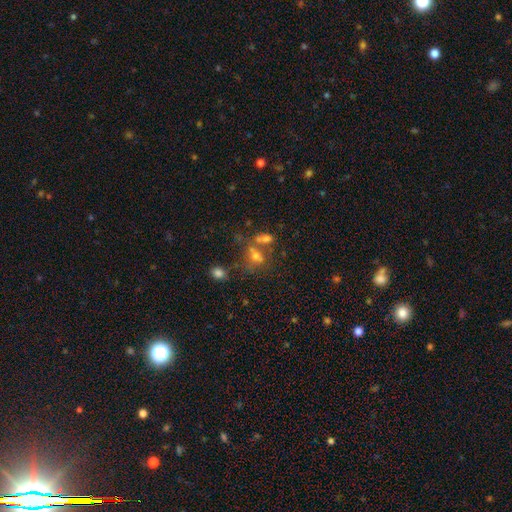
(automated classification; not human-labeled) Q: Smooth or featured?
A: smooth (43%); runner-up: star or artifact (36%)
Q: Merging?
A: none (45%); runner-up: merger (37%)